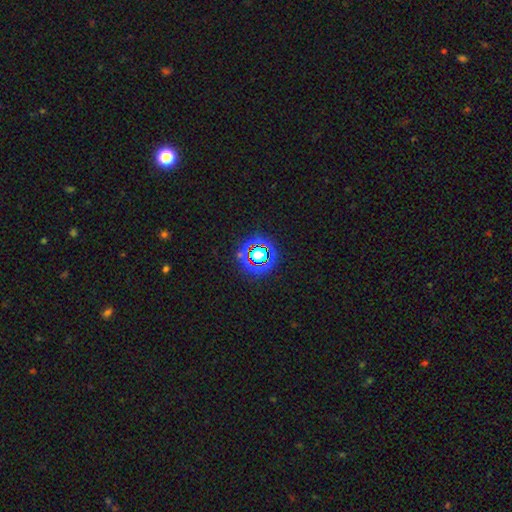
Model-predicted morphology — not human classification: This appears to be a star or artifact, not a galaxy (64%).